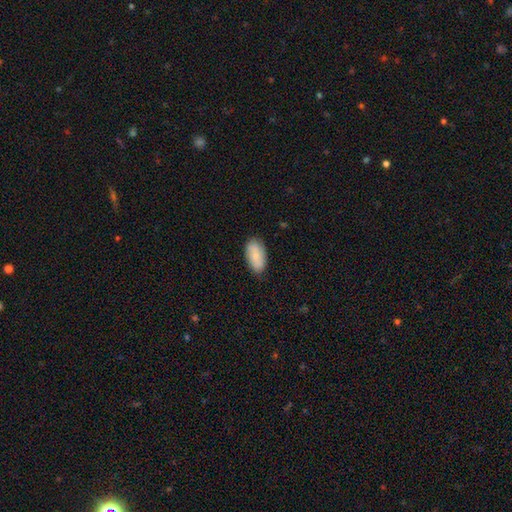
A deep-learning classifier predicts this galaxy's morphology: Smooth or featured?
  - smooth: 78% *
  - featured or disk: 16%
  - star or artifact: 6%
How rounded?
  - in between: 93% *
  - cigar-shaped: 4%
  - round: 3%
Merging?
  - none: 82% *
  - minor disturbance: 14%
  - major disturbance: 3%
  - merger: 1%